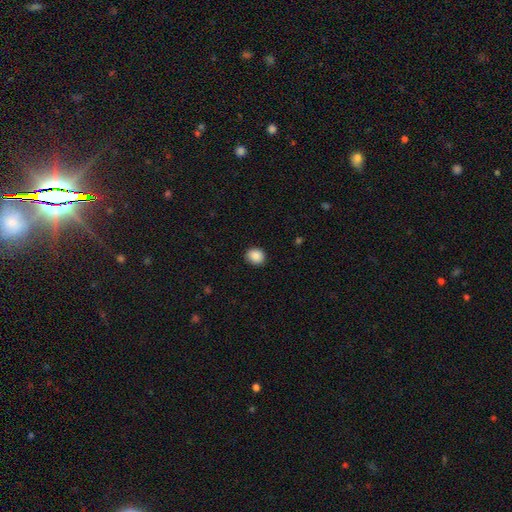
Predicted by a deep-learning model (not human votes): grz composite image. It shows a smooth galaxy with no disk features (89%) that is round (71%). Merging: none (89%).